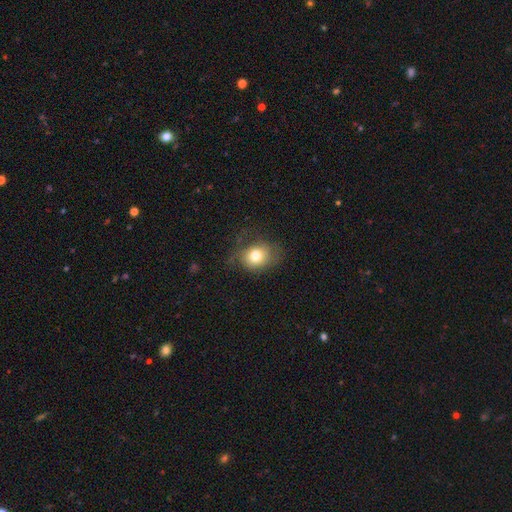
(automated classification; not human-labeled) smooth_or_featured: smooth (p=0.69) [alt: featured or disk p=0.20]
how_rounded: round (p=0.56) [alt: in between p=0.43]
merging: none (p=0.53) [alt: minor disturbance p=0.26]